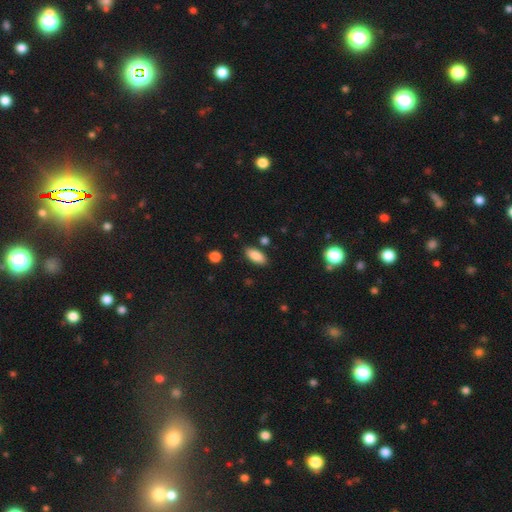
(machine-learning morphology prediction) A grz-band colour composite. It shows a smooth galaxy with no disk features (87%) that is in between round and cigar-shaped (86%). Merging: none (84%).